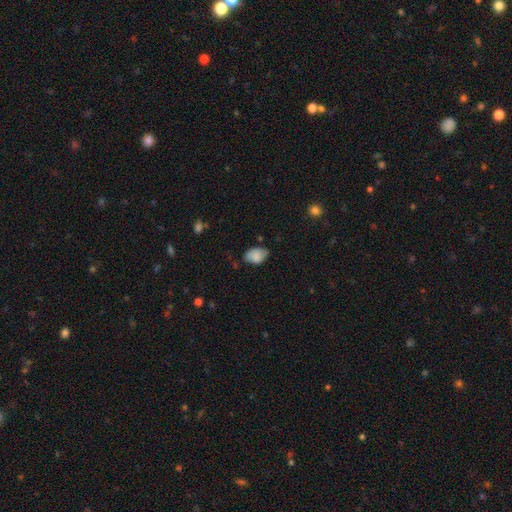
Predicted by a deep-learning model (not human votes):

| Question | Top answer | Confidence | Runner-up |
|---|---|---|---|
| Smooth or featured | smooth | 79% | featured or disk (13%) |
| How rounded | in between | 86% | round (13%) |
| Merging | none | 61% | minor disturbance (30%) |